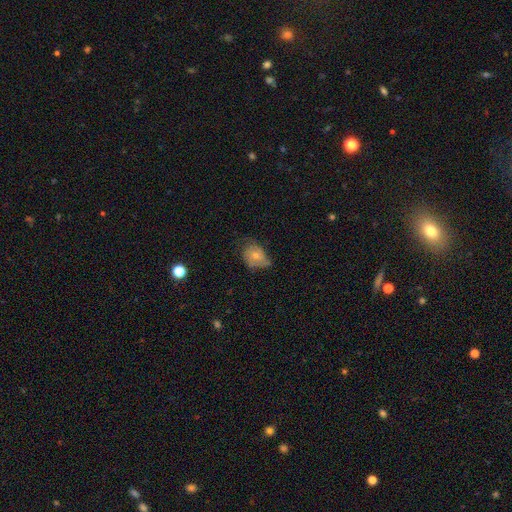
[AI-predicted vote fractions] smooth_or_featured: smooth (p=0.48) [alt: featured or disk p=0.44]
merging: none (p=0.40) [alt: minor disturbance p=0.38]